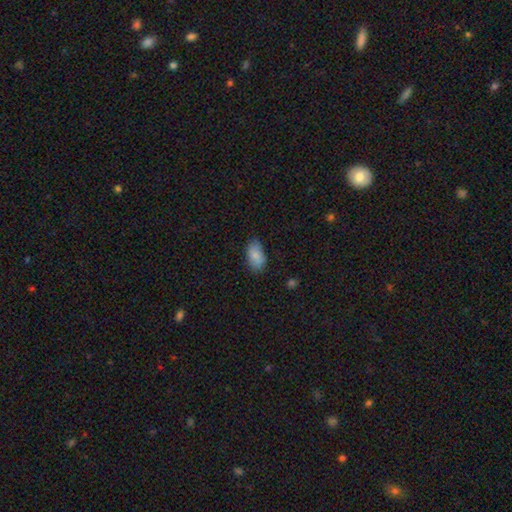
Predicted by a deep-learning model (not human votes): A smooth galaxy with no disk features (86%) that is in between round and cigar-shaped (94%). Merging: none (76%).